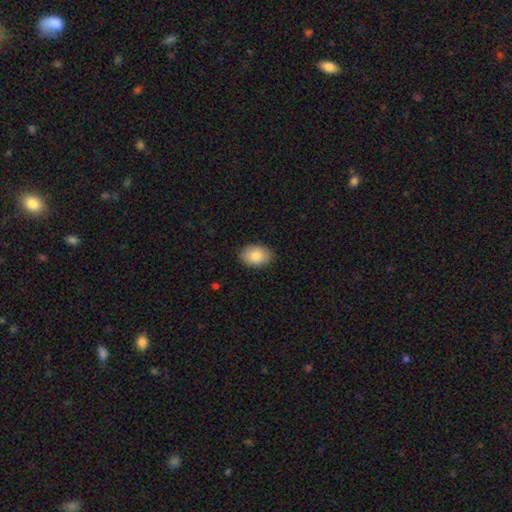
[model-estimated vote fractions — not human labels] Smooth or featured: smooth — 85% (featured or disk — 8%)
How rounded: in between — 82% (round — 17%)
Merging: none — 87% (minor disturbance — 10%)